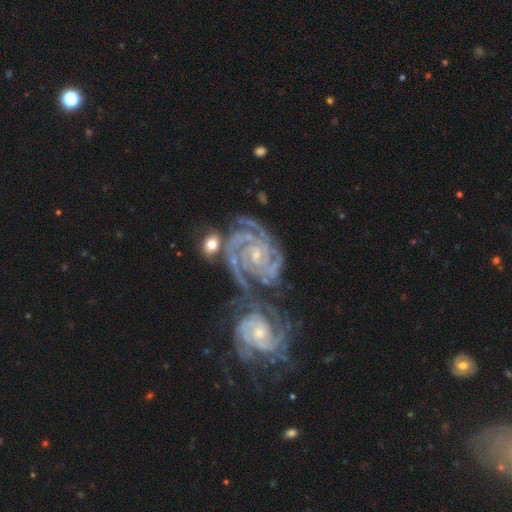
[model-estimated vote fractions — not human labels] This appears to be a featured or disk galaxy (91%) with no bar (65%), 3 (33%) tight (74%) spiral arms (98%) and a small central bulge (73%). Merging: merger (53%).